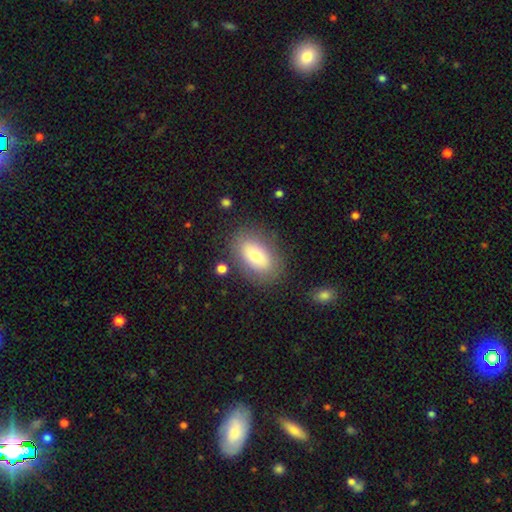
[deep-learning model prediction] Smooth or featured: smooth — 70% (featured or disk — 22%)
How rounded: in between — 89% (round — 9%)
Merging: none — 81% (minor disturbance — 12%)